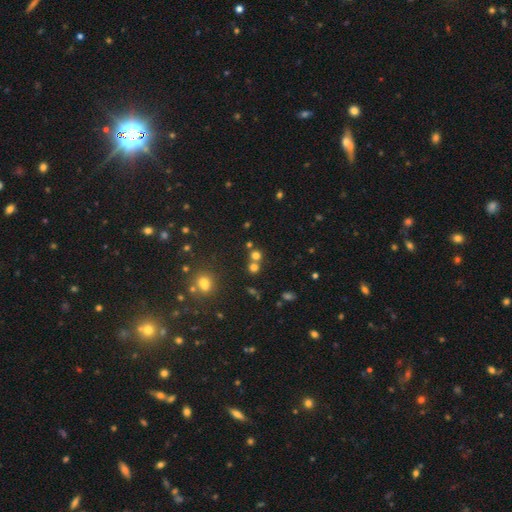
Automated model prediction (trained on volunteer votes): Smooth or featured?
  - smooth: 65% *
  - star or artifact: 26%
  - featured or disk: 9%
How rounded?
  - round: 87% *
  - in between: 12%
  - cigar-shaped: 1%
Merging?
  - none: 59% *
  - merger: 32%
  - minor disturbance: 6%
  - major disturbance: 3%